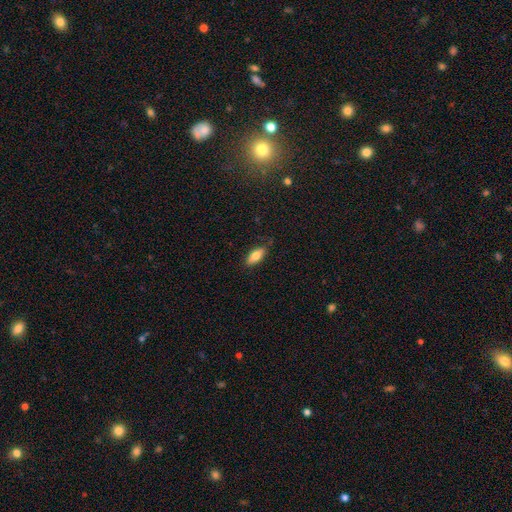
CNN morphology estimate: Smooth or featured?
  - smooth: 77% *
  - featured or disk: 16%
  - star or artifact: 7%
How rounded?
  - in between: 83% *
  - cigar-shaped: 15%
  - round: 2%
Merging?
  - none: 81% *
  - minor disturbance: 15%
  - major disturbance: 3%
  - merger: 1%